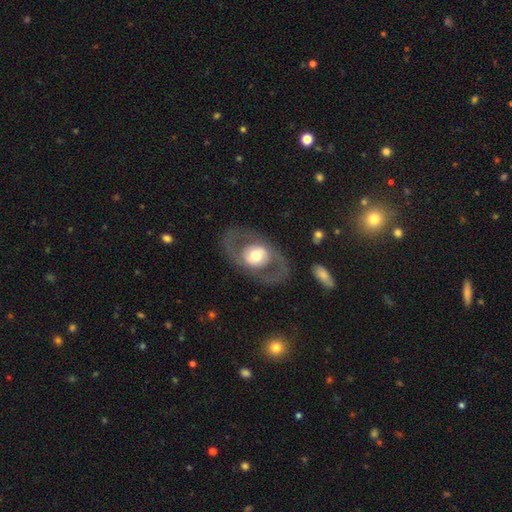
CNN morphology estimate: type=featured or disk (61%); edge-on=no (91%); bar=no (70%); spiral arms=no (66%); bulge=moderate (52%); merging=none (78%).